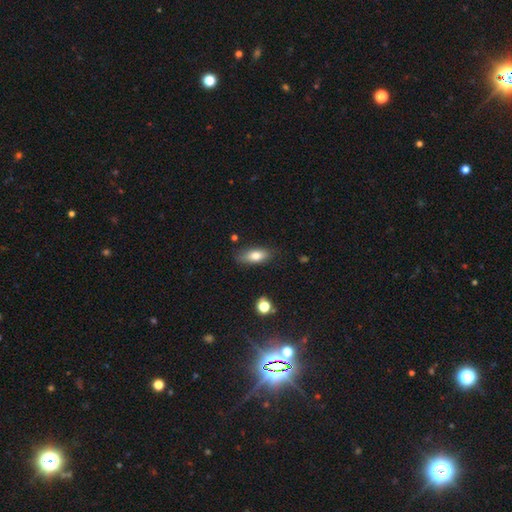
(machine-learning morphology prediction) The model was most divided on "smooth or featured": smooth: 78%, featured or disk: 15%, star or artifact: 8%. More confident: how rounded — in between (80%); merging — none (80%).